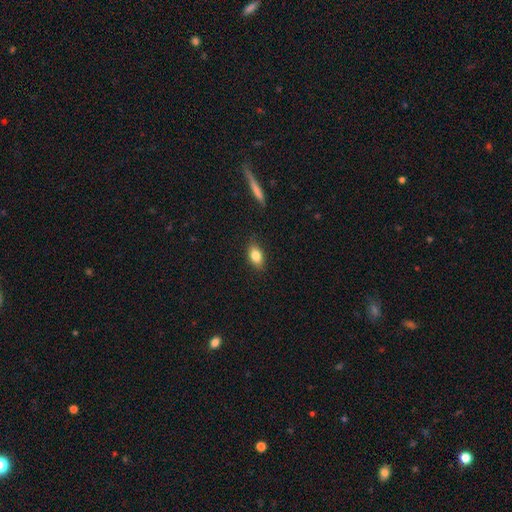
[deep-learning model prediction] Smooth or featured?
  - smooth: 82% *
  - featured or disk: 10%
  - star or artifact: 8%
How rounded?
  - in between: 85% *
  - round: 10%
  - cigar-shaped: 5%
Merging?
  - none: 85% *
  - minor disturbance: 11%
  - major disturbance: 2%
  - merger: 1%